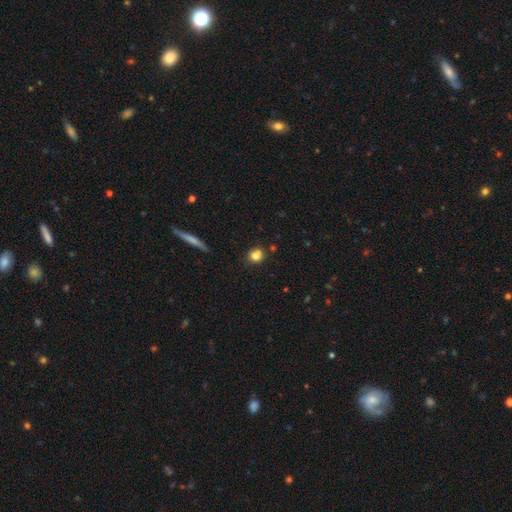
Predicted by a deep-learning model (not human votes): Overall: smooth (79%). How rounded: round (73%). Merging: none (66%).